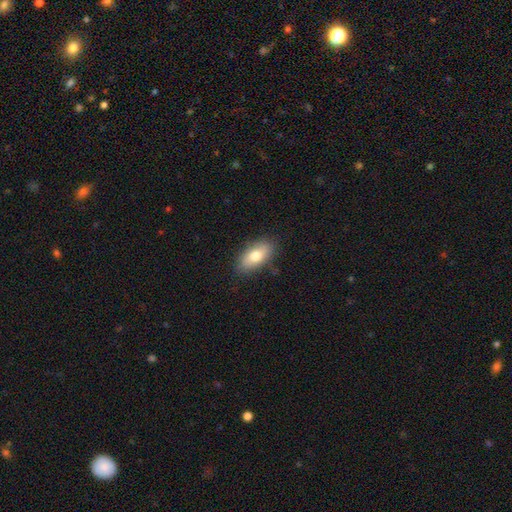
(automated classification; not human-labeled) This appears to be a smooth galaxy with no disk features (74%) that is in between round and cigar-shaped (88%). Merging: none (82%).